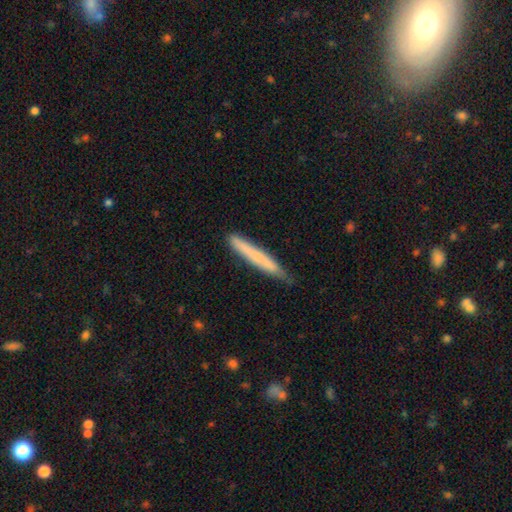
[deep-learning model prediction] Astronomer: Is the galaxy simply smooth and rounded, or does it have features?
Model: smooth — 69%.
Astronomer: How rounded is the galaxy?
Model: cigar-shaped — 96%.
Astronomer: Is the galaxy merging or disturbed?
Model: none — 77%.